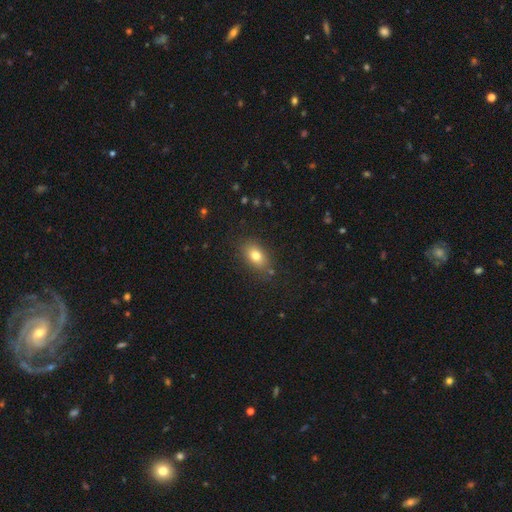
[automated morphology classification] type=smooth (78%); roundness=in between (83%); merging=none (81%).